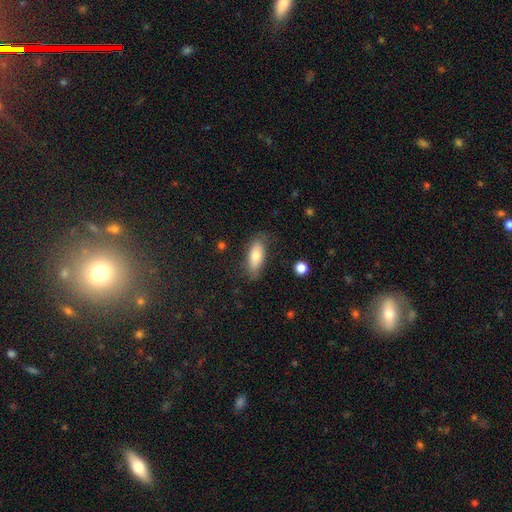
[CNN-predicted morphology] type=smooth (75%); roundness=in between (78%); merging=none (76%).